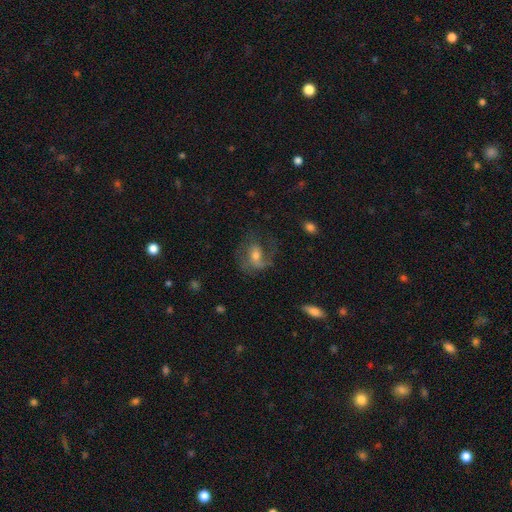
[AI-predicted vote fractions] Smooth or featured? Predicted: featured or disk (p=0.65). Edge-on disk? Predicted: no (p=0.96). Bar? Predicted: no (p=0.45). Spiral arms? Predicted: yes (p=0.82). Spiral winding? Predicted: medium (p=0.46). Spiral arm count? Predicted: 2 (p=0.51). Bulge size? Predicted: moderate (p=0.57). Merging? Predicted: none (p=0.53).